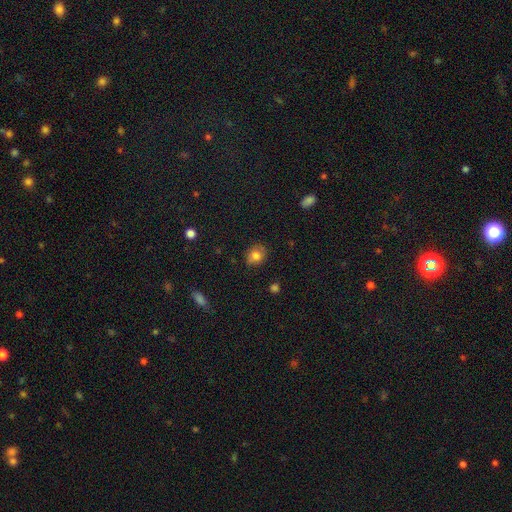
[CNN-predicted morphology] type=smooth (80%); roundness=round (59%); merging=none (80%).